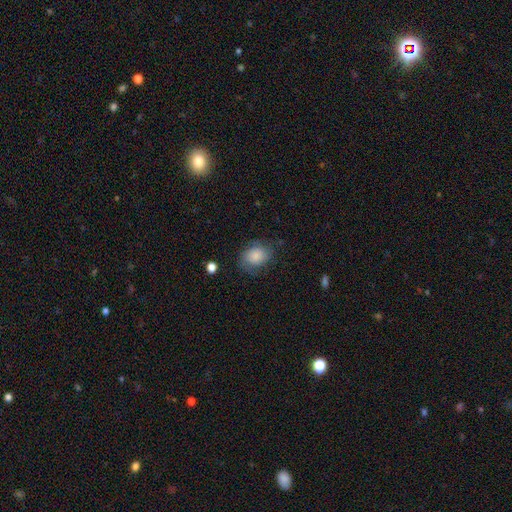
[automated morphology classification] smooth_or_featured: smooth (p=0.75) [alt: featured or disk p=0.17]
how_rounded: in between (p=0.61) [alt: round p=0.38]
merging: none (p=0.66) [alt: minor disturbance p=0.23]